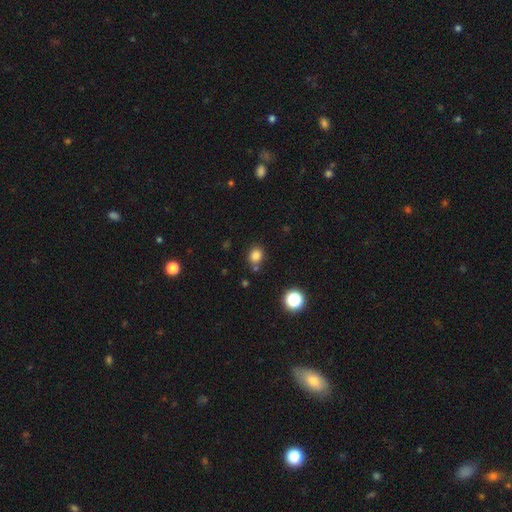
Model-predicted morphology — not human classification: The model was most divided on "how rounded": round: 73%, in between: 26%, cigar-shaped: 1%. More confident: smooth or featured — smooth (80%); merging — none (74%).